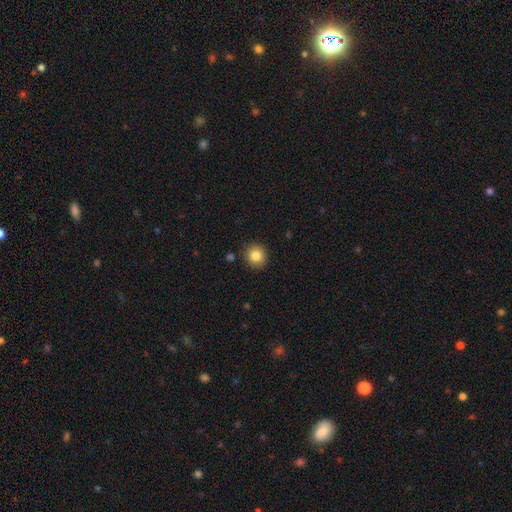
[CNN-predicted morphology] Smooth or featured?
  - smooth: 84% *
  - star or artifact: 10%
  - featured or disk: 6%
How rounded?
  - round: 91% *
  - in between: 8%
  - cigar-shaped: 1%
Merging?
  - none: 90% *
  - minor disturbance: 6%
  - major disturbance: 2%
  - merger: 2%